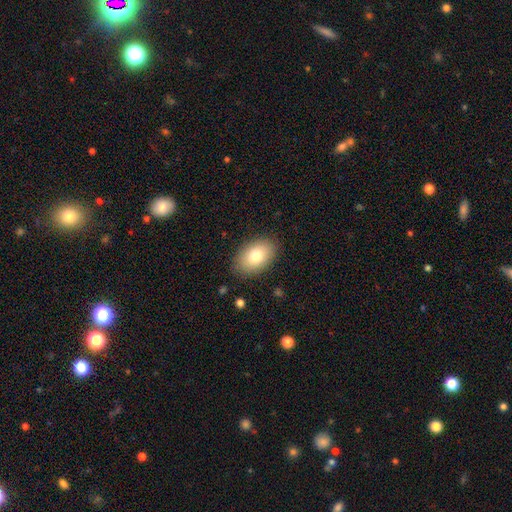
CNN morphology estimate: Smooth or featured? Predicted: smooth (p=0.78). How rounded? Predicted: in between (p=0.89). Merging? Predicted: none (p=0.86).